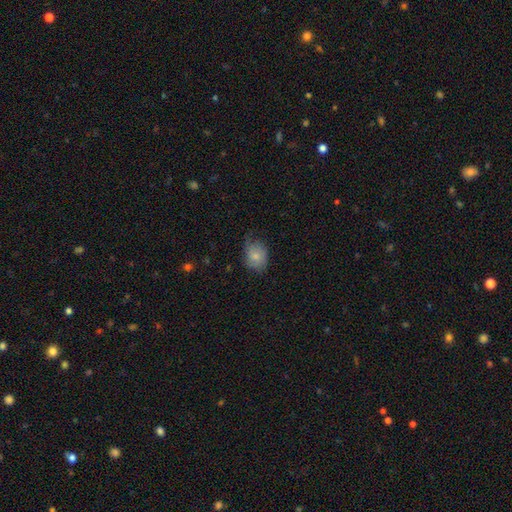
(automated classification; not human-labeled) A smooth galaxy with no disk features (74%) that is in between round and cigar-shaped (57%).

Vote fractions:
- Smooth or featured? smooth: 74% / featured or disk: 18% / star or artifact: 8%
- How rounded? in between: 57% / round: 42% / cigar-shaped: 1%
- Merging? none: 52% / minor disturbance: 35% / major disturbance: 12% / merger: 1%